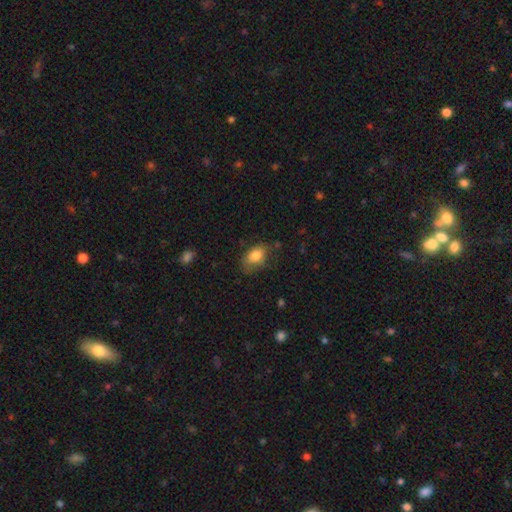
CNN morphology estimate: smooth_or_featured: smooth (p=0.81) [alt: featured or disk p=0.11]
how_rounded: in between (p=0.85) [alt: round p=0.14]
merging: none (p=0.61) [alt: minor disturbance p=0.28]